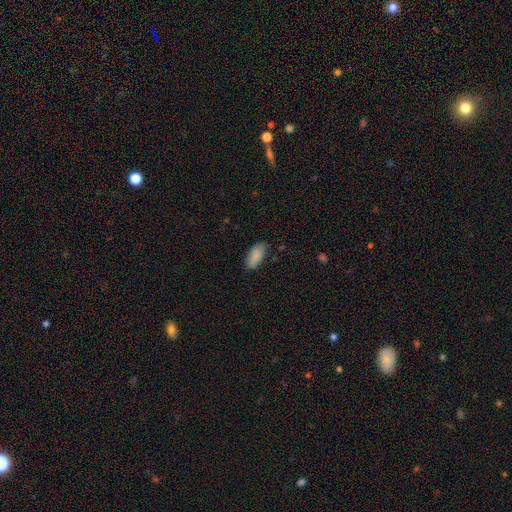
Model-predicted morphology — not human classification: The model was most divided on "merging": none: 79%, minor disturbance: 17%, major disturbance: 3%, merger: 1%. More confident: how rounded — in between (90%); smooth or featured — smooth (87%).